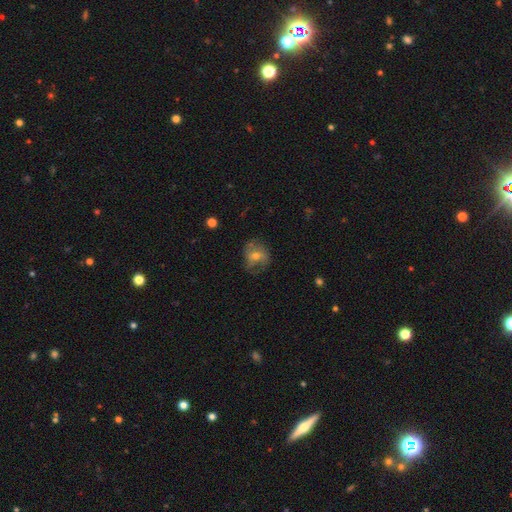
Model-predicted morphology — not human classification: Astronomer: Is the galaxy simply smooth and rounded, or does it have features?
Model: featured or disk — 47% (runner-up: smooth, 43%).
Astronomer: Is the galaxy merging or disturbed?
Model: none — 56%.